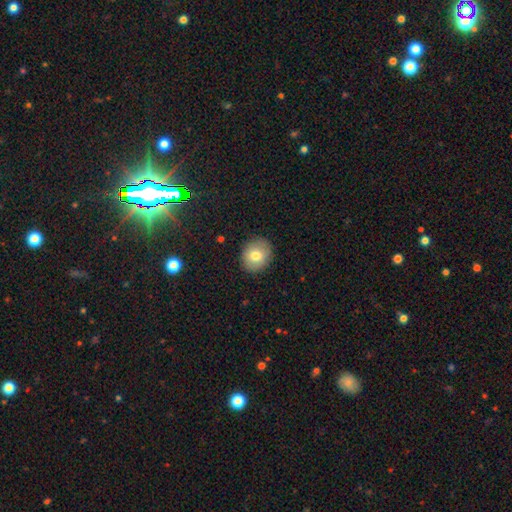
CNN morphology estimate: type=smooth (76%); roundness=round (76%); merging=none (88%).